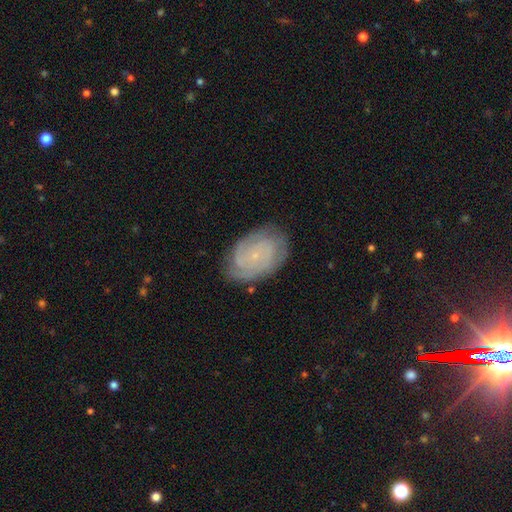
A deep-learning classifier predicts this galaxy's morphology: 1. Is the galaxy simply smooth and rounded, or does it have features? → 78% featured or disk, 14% smooth, 7% star or artifact.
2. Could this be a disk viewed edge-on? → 97% no, 3% yes.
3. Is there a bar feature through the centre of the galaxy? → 76% no, 20% weak, 4% strong.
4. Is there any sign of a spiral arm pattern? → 95% yes, 5% no.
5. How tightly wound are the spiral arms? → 71% tight, 24% medium, 5% loose.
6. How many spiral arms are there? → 29% can't tell, 27% 2, 22% 3, 10% 4, 6% more than 4, 6% 1.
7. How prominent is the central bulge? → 84% small, 8% moderate, 6% none, 1% large, 1% dominant.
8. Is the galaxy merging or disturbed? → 79% none, 16% minor disturbance, 4% major disturbance, 1% merger.